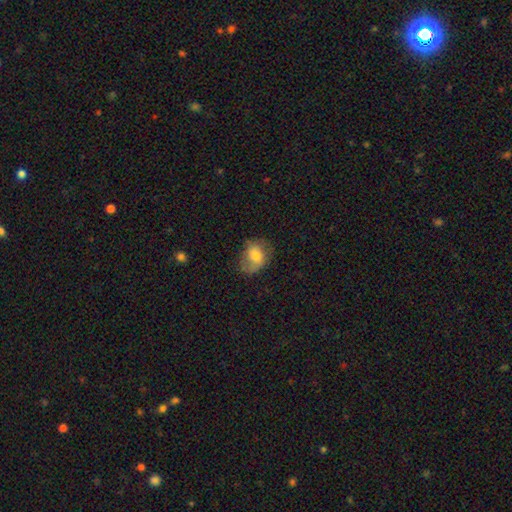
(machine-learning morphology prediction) type=smooth (61%); roundness=in between (57%); merging=none (53%).